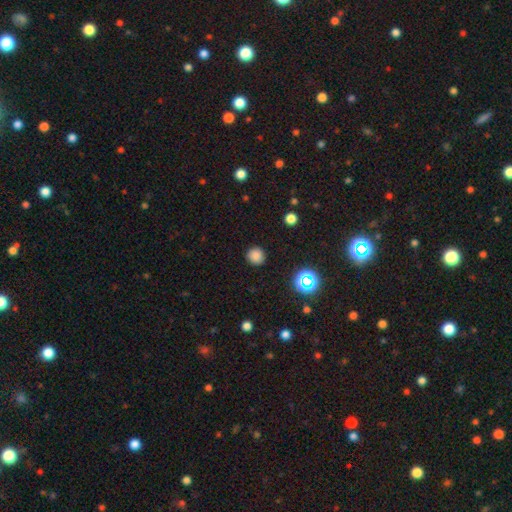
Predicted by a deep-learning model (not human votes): smooth 81%, star or artifact 15%, featured or disk 4%. Down the decision tree: how rounded — round (94%); merging — none (90%).